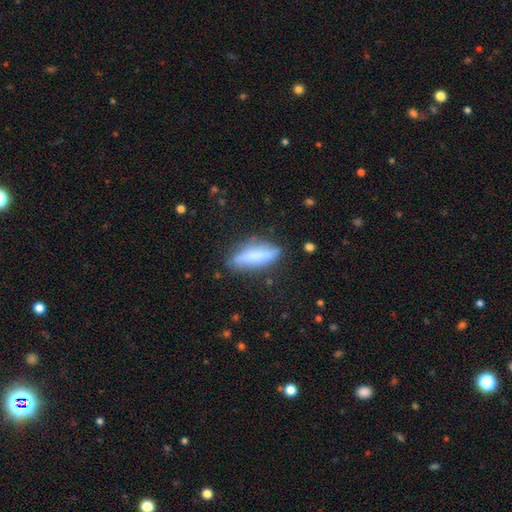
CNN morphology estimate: This is likely a smooth galaxy (68%). How rounded: possibly cigar-shaped (53%). Merging: likely none (75%).